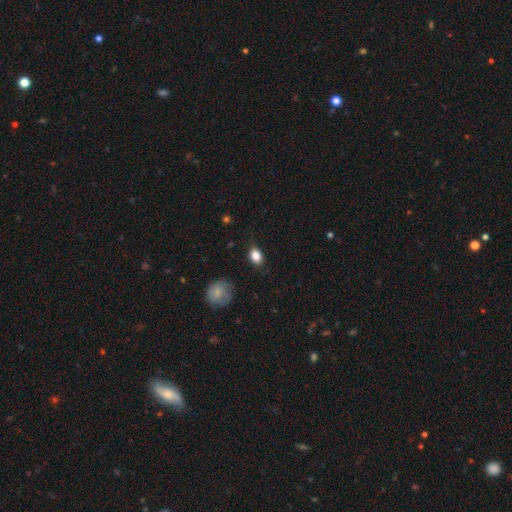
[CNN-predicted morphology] Smooth or featured? smooth (85%)
How rounded? in between (75%)
Merging? none (82%)